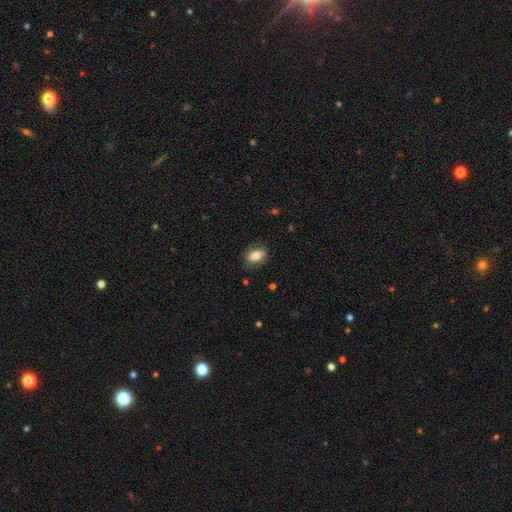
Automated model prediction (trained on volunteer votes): A smooth galaxy with no disk features (71%) that is in between round and cigar-shaped (85%).

Vote fractions:
- Smooth or featured? smooth: 71% / featured or disk: 22% / star or artifact: 7%
- How rounded? in between: 85% / round: 11% / cigar-shaped: 4%
- Merging? none: 76% / minor disturbance: 17% / major disturbance: 6% / merger: 1%